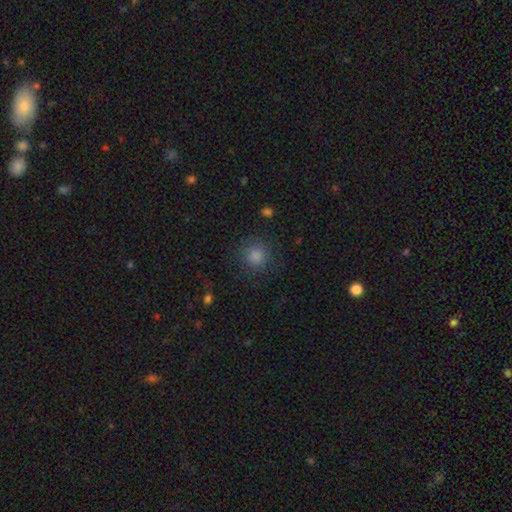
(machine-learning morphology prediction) A smooth galaxy with no disk features (81%) that is round (94%).

Vote fractions:
- Smooth or featured? smooth: 81% / star or artifact: 15% / featured or disk: 5%
- How rounded? round: 94% / in between: 5% / cigar-shaped: 1%
- Merging? none: 88% / minor disturbance: 8% / major disturbance: 3% / merger: 1%